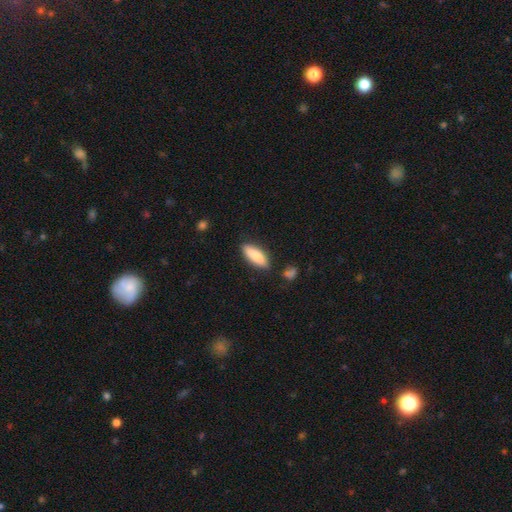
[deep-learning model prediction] Smooth or featured: smooth — 79% (featured or disk — 15%)
How rounded: in between — 64% (cigar-shaped — 34%)
Merging: none — 83% (minor disturbance — 12%)